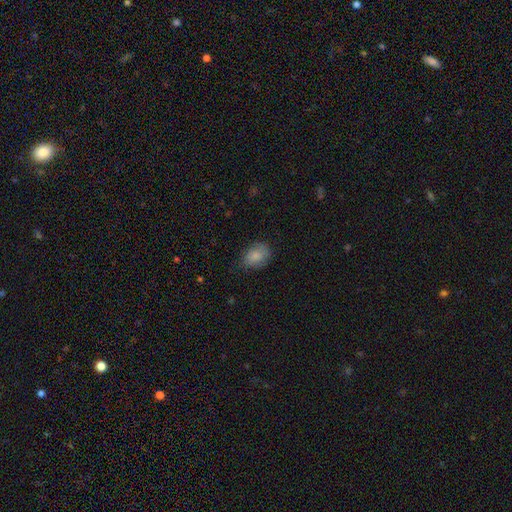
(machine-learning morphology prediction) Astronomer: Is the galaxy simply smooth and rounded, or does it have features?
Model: smooth — 82%.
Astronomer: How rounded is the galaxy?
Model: in between — 70%.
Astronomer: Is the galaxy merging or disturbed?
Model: none — 69%.